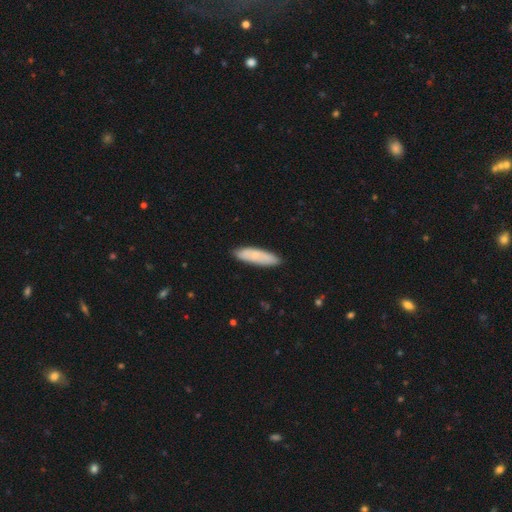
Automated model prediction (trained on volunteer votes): This appears to be a smooth galaxy with no disk features (69%) that is cigar-shaped (63%). Merging: none (85%).